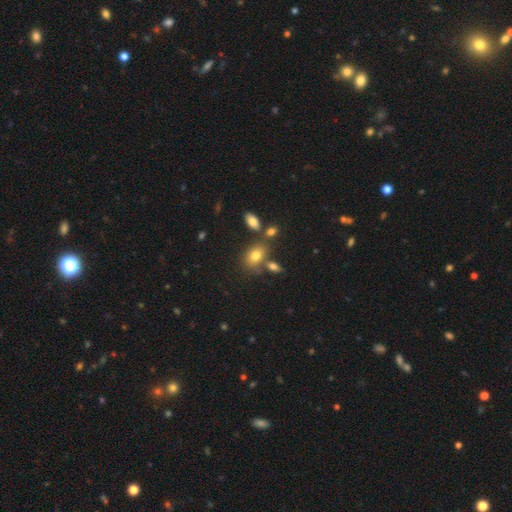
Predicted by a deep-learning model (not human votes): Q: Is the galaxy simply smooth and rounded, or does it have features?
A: smooth — 76%.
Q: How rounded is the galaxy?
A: in between — 80%.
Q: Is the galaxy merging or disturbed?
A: none — 59%.